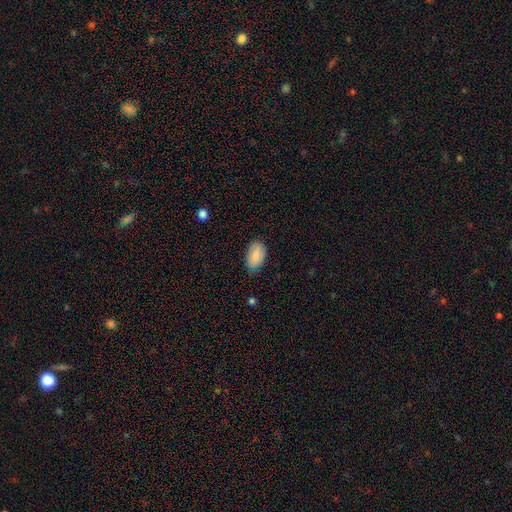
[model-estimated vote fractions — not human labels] smooth-or-featured: smooth: 80% | featured or disk: 14% | star or artifact: 7%
  how-rounded: in between: 93% | round: 6% | cigar-shaped: 2%
  merging: none: 72% | minor disturbance: 23% | major disturbance: 3% | merger: 1%